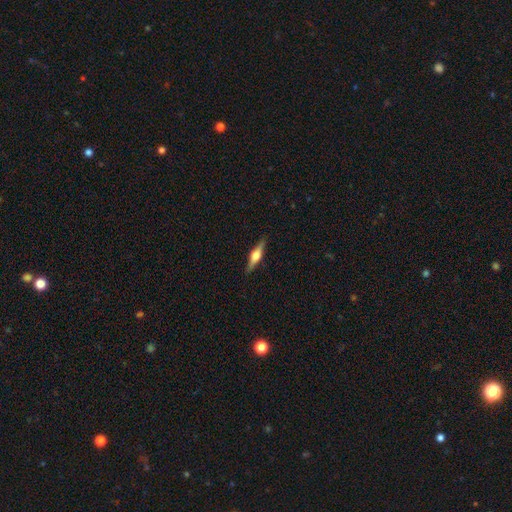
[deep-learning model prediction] Smooth or featured?
  - featured or disk: 66% *
  - smooth: 28%
  - star or artifact: 6%
Edge-on disk?
  - yes: 97% *
  - no: 3%
Edge-on bulge?
  - rounded: 91% *
  - boxy: 7%
  - none: 2%
Merging?
  - none: 89% *
  - minor disturbance: 8%
  - major disturbance: 2%
  - merger: 1%